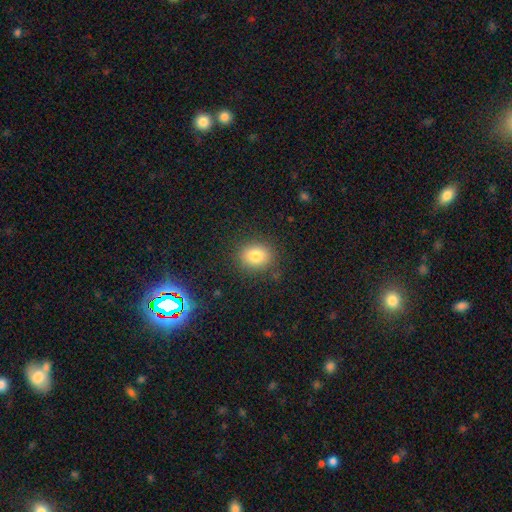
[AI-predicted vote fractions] Smooth or featured? smooth (80%)
How rounded? round (65%)
Merging? none (86%)